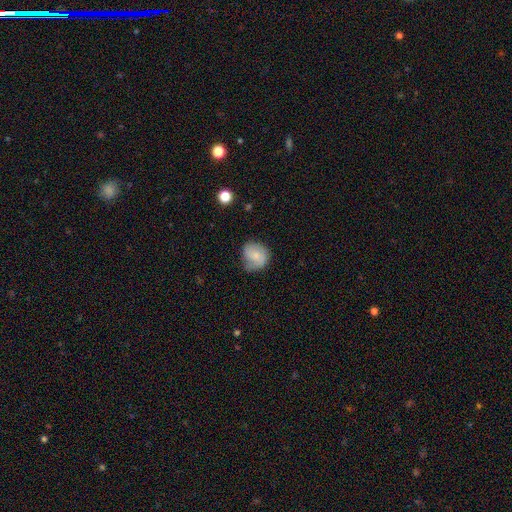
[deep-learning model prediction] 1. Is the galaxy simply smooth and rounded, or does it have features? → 60% smooth, 32% featured or disk, 8% star or artifact.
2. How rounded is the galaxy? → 75% round, 24% in between, 1% cigar-shaped.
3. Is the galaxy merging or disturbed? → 55% none, 32% minor disturbance, 11% major disturbance, 2% merger.